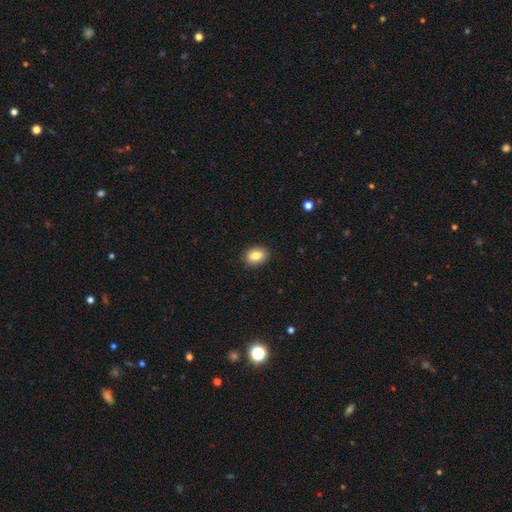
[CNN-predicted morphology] type=smooth (85%); roundness=in between (72%); merging=none (89%).